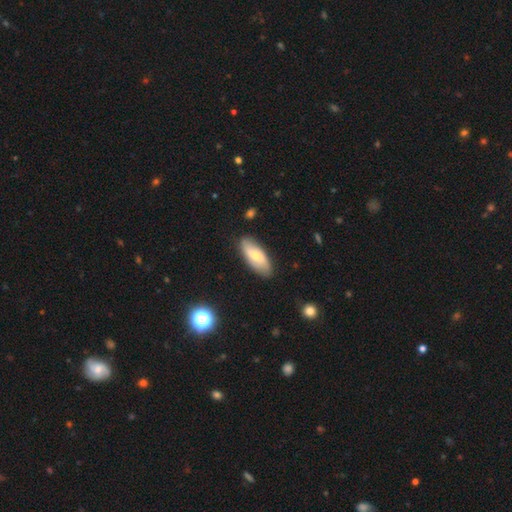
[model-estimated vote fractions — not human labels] This is likely a smooth galaxy (61%). How rounded: clearly in between (81%). Merging: clearly none (84%).